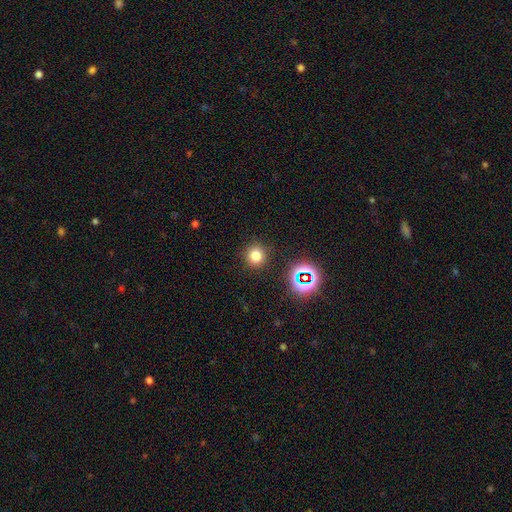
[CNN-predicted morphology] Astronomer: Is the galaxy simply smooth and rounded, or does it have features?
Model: smooth — 75%.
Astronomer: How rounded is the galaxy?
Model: round — 93%.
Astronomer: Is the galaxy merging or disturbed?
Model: none — 89%.